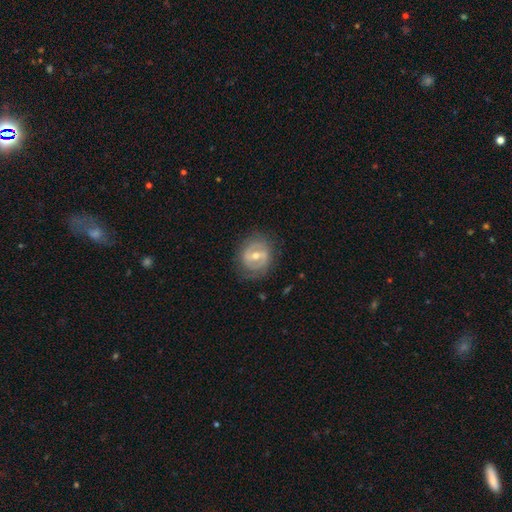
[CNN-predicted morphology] type=featured or disk (71%); edge-on=no (96%); bar=weak (44%); spiral arms=yes (59%); bulge=moderate (67%); merging=none (77%).